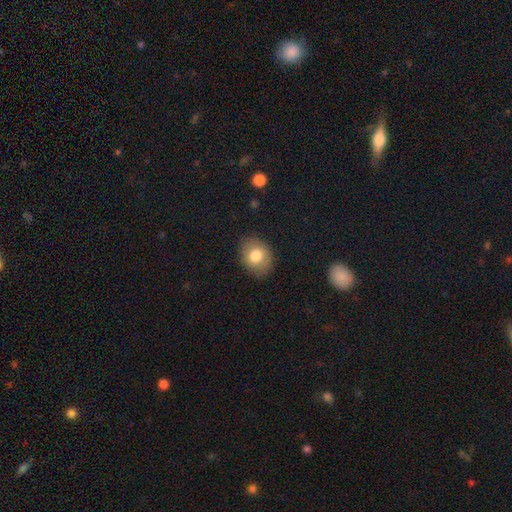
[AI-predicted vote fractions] smooth-or-featured: smooth: 79% | featured or disk: 13% | star or artifact: 9%
  how-rounded: round: 52% | in between: 47% | cigar-shaped: 1%
  merging: none: 83% | minor disturbance: 12% | major disturbance: 3% | merger: 1%